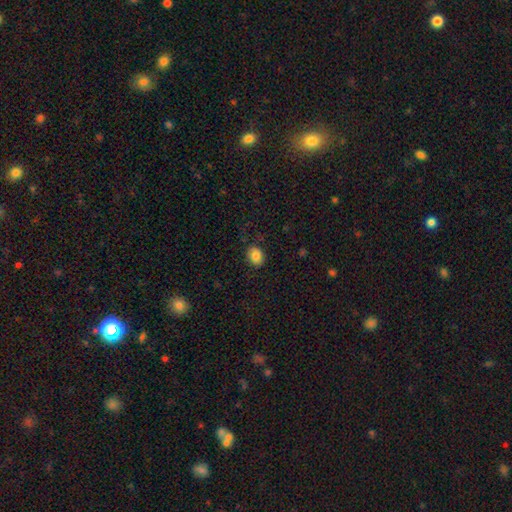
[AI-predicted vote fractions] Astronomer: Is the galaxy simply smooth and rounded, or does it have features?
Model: smooth — 84%.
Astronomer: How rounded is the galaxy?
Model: in between — 54% (runner-up: round, 45%).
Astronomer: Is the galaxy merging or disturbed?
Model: none — 83%.